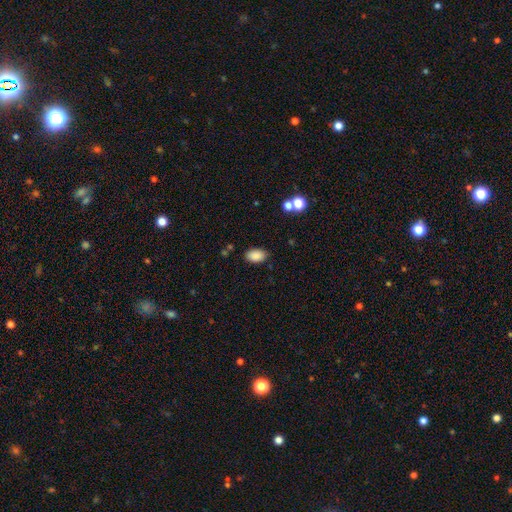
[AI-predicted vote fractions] The model was most divided on "merging": none: 84%, minor disturbance: 11%, major disturbance: 3%, merger: 2%. More confident: how rounded — in between (91%); smooth or featured — smooth (88%).